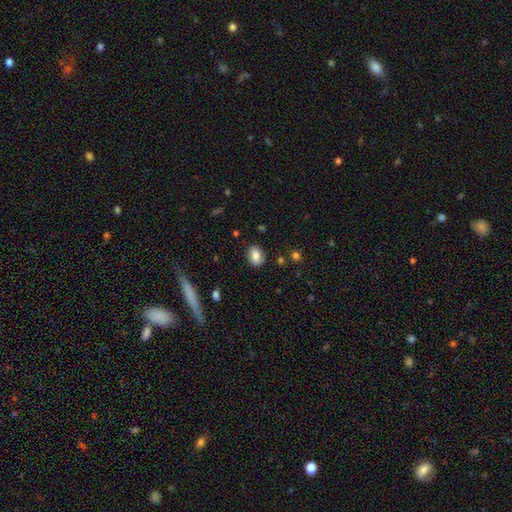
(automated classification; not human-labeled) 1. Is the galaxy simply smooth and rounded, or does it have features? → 80% smooth, 12% featured or disk, 8% star or artifact.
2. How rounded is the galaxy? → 71% in between, 27% round, 2% cigar-shaped.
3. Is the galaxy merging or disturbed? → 86% none, 10% minor disturbance, 2% major disturbance, 1% merger.